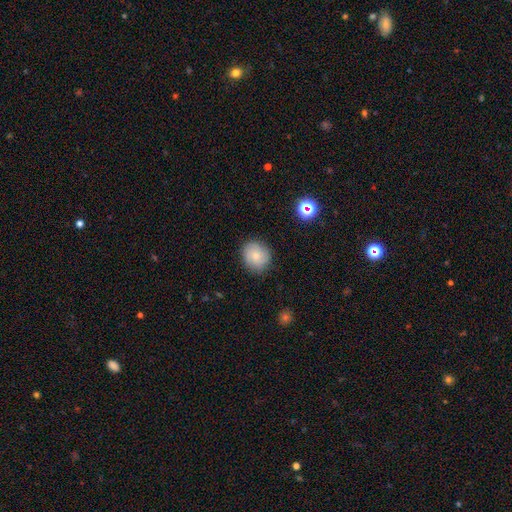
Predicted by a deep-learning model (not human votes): Smooth or featured? smooth (75%)
How rounded? round (75%)
Merging? none (84%)